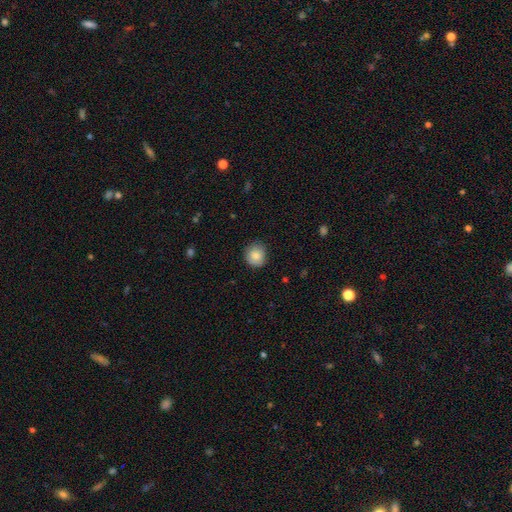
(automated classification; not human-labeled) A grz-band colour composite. It shows a smooth galaxy with no disk features (84%) that is round (87%). Merging: none (82%).